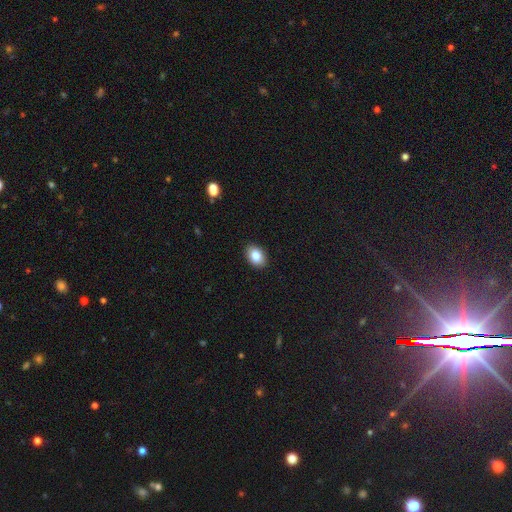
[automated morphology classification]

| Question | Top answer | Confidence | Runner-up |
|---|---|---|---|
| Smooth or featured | smooth | 85% | star or artifact (8%) |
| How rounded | in between | 81% | round (18%) |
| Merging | none | 90% | minor disturbance (7%) |